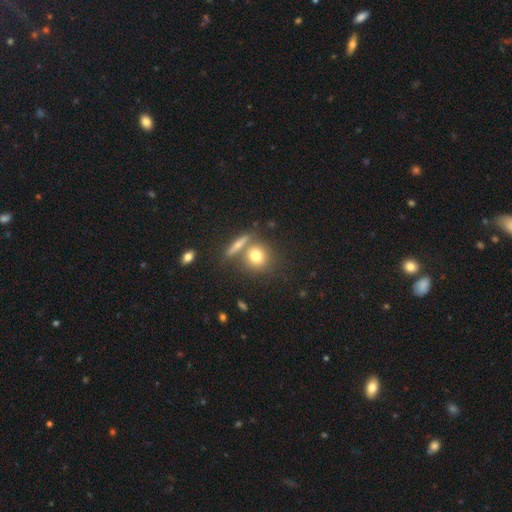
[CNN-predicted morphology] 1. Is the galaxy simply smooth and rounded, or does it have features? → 73% smooth, 17% featured or disk, 11% star or artifact.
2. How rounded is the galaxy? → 79% round, 17% in between, 4% cigar-shaped.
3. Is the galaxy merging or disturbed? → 61% none, 26% merger, 10% minor disturbance, 4% major disturbance.